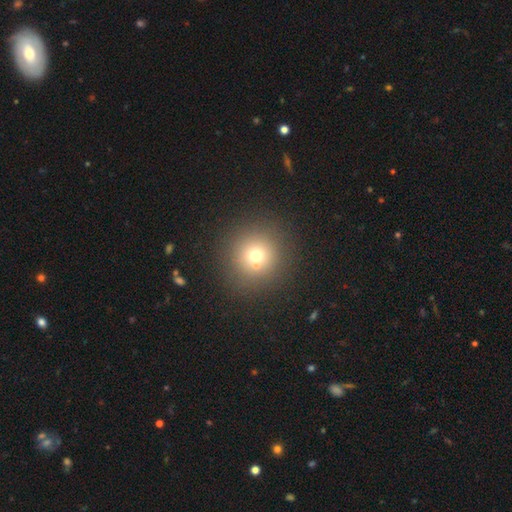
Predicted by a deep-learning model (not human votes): smooth-or-featured: smooth: 68% | star or artifact: 18% | featured or disk: 14%
  how-rounded: round: 94% | in between: 5% | cigar-shaped: 1%
  merging: none: 74% | merger: 16% | minor disturbance: 7% | major disturbance: 3%